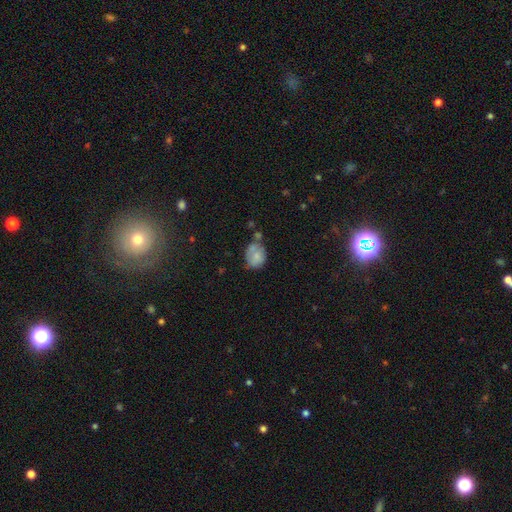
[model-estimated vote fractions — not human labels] Smooth or featured? Predicted: smooth (p=0.71). How rounded? Predicted: round (p=0.50). Merging? Predicted: none (p=0.37).